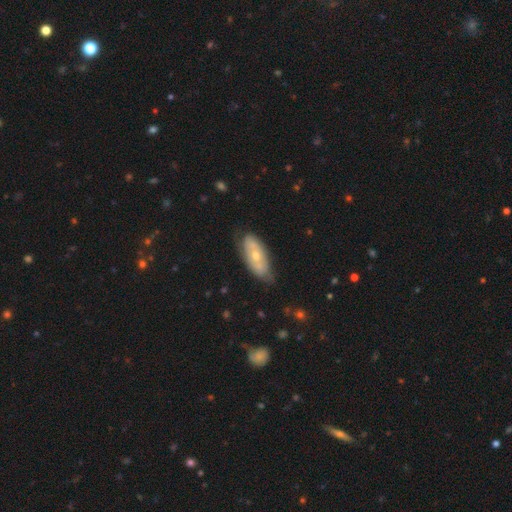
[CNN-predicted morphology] Overall: featured or disk (54%; smooth 41%). Edge-on disk: no (84%). Merging: none (69%).